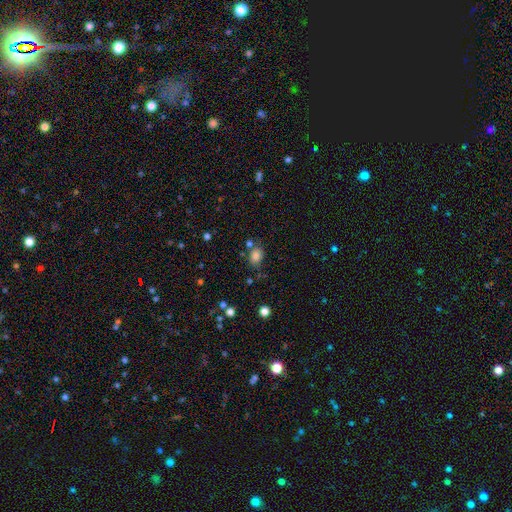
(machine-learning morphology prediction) Smooth or featured: smooth — 80% (star or artifact — 13%)
How rounded: in between — 64% (round — 35%)
Merging: none — 70% (minor disturbance — 16%)